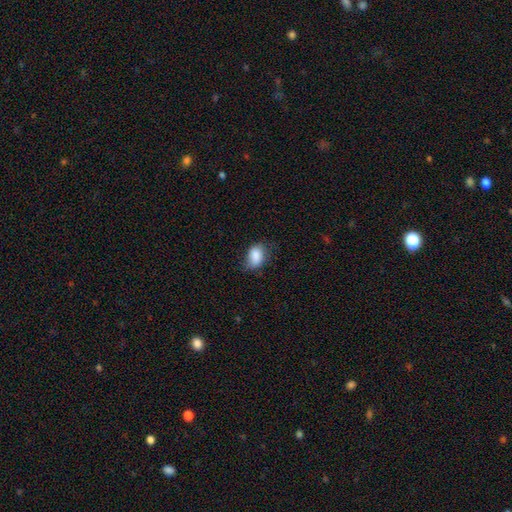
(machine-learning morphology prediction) Smooth or featured?
  - smooth: 85% *
  - featured or disk: 8%
  - star or artifact: 8%
How rounded?
  - in between: 85% *
  - round: 13%
  - cigar-shaped: 2%
Merging?
  - none: 61% *
  - minor disturbance: 30%
  - major disturbance: 8%
  - merger: 1%